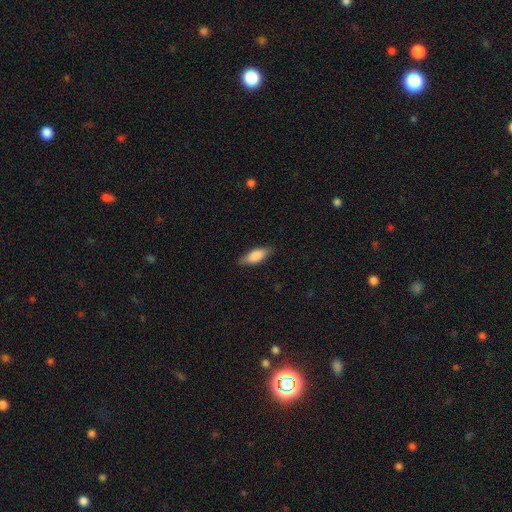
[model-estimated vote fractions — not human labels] Overall: smooth (82%). How rounded: in between (72%). Merging: none (83%).